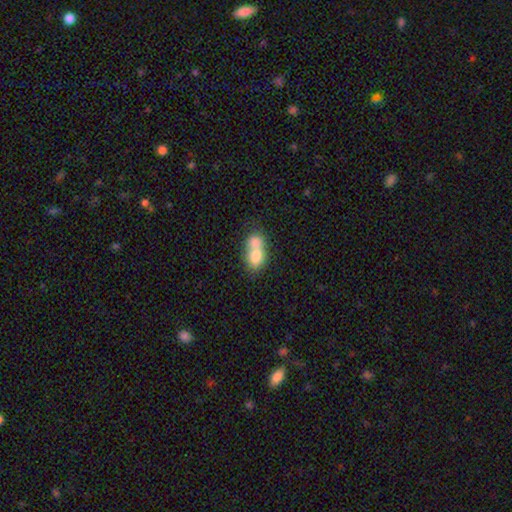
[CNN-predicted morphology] Smooth or featured? Predicted: smooth (p=0.73). How rounded? Predicted: in between (p=0.69). Merging? Predicted: merger (p=0.70).